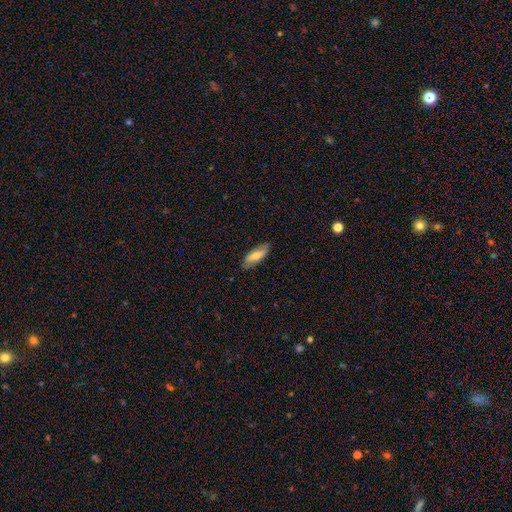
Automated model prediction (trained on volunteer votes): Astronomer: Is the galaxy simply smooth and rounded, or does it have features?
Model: smooth — 61%.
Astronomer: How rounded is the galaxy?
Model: in between — 64%.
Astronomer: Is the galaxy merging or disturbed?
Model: none — 79%.